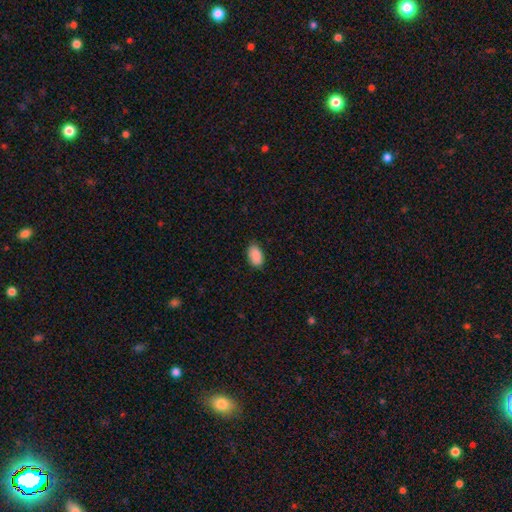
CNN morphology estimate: This appears to be a smooth galaxy with no disk features (90%) that is in between round and cigar-shaped (94%). Merging: none (83%).